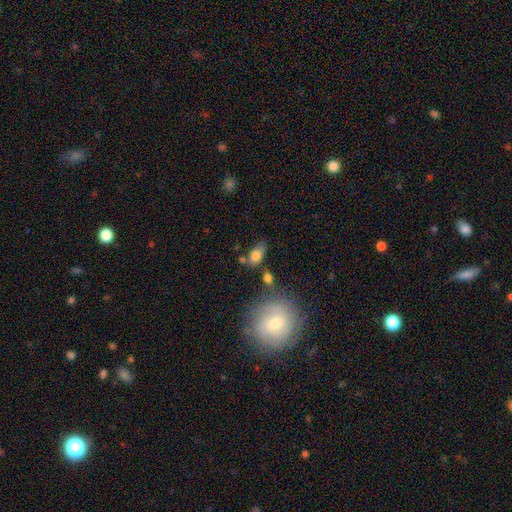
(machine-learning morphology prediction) type=smooth (79%); roundness=in between (84%); merging=none (53%).